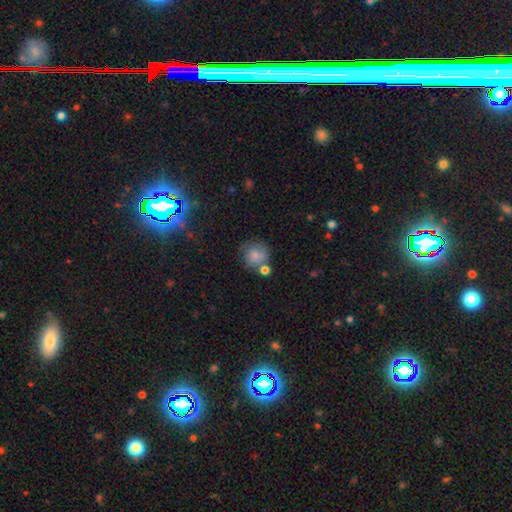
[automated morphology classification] type=smooth (73%); roundness=round (86%); merging=none (56%).